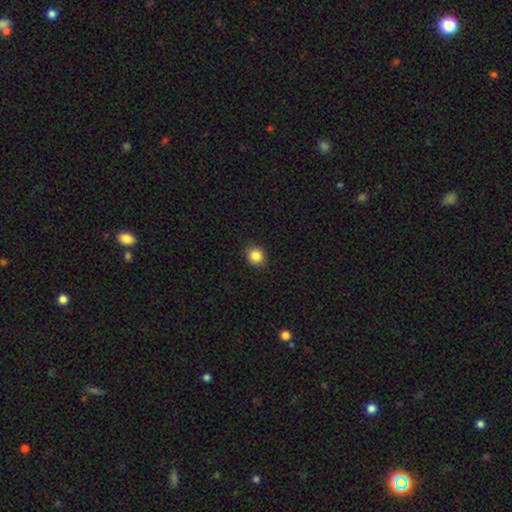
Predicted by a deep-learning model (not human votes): Smooth or featured? smooth (86%)
How rounded? round (78%)
Merging? none (91%)